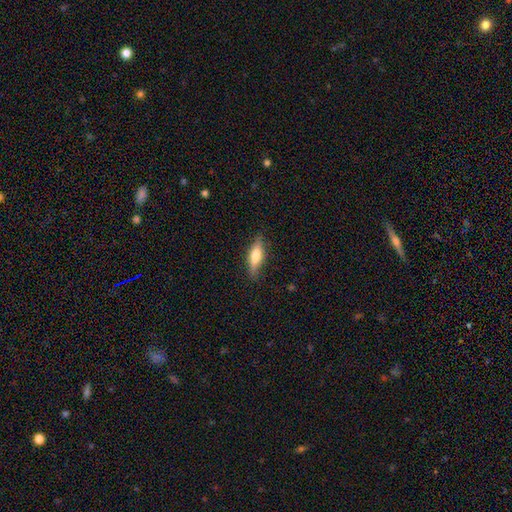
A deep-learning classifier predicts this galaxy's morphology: smooth 62%, featured or disk 32%, star or artifact 7%. Down the decision tree: how rounded — cigar-shaped (55%); merging — none (82%).